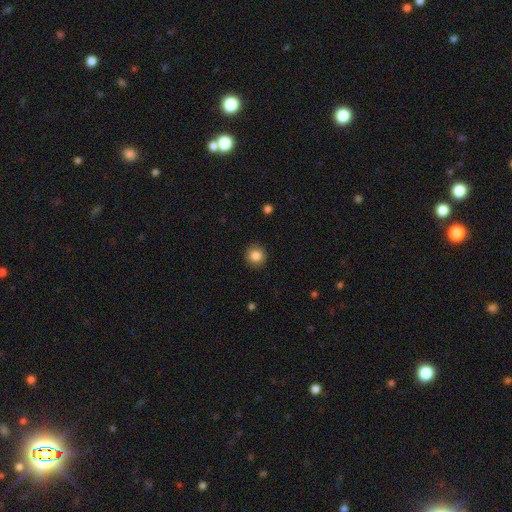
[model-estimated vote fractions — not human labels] The model was most divided on "smooth or featured": smooth: 85%, star or artifact: 9%, featured or disk: 5%. More confident: how rounded — round (93%); merging — none (92%).